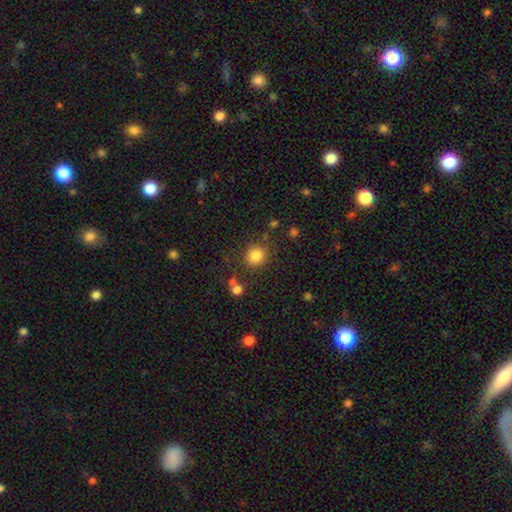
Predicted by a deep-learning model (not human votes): smooth 83%, star or artifact 11%, featured or disk 5%. Down the decision tree: how rounded — round (89%); merging — none (82%).